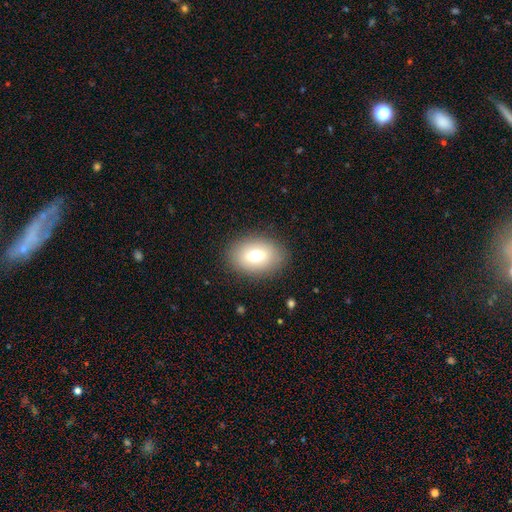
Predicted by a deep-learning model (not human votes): Smooth or featured?
  - smooth: 70% *
  - featured or disk: 21%
  - star or artifact: 9%
How rounded?
  - in between: 82% *
  - round: 17%
  - cigar-shaped: 1%
Merging?
  - none: 86% *
  - minor disturbance: 10%
  - major disturbance: 3%
  - merger: 1%